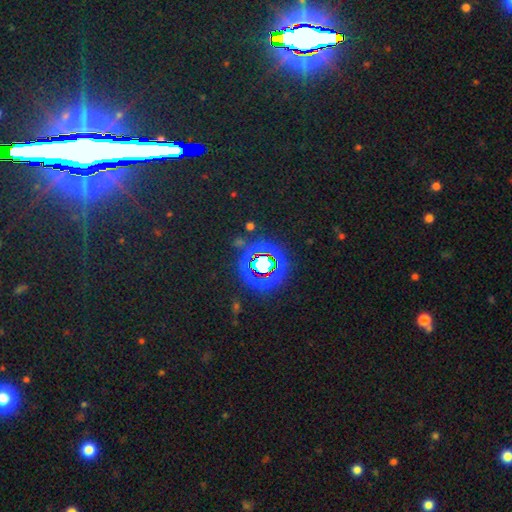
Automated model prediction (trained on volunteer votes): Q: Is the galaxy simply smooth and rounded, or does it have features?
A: star or artifact — 74%.